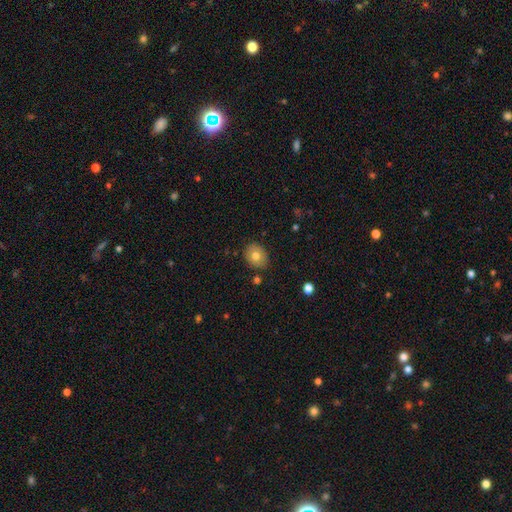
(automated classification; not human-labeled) smooth_or_featured: smooth (p=0.75) [alt: featured or disk p=0.16]
how_rounded: round (p=0.58) [alt: in between p=0.41]
merging: none (p=0.84) [alt: minor disturbance p=0.11]